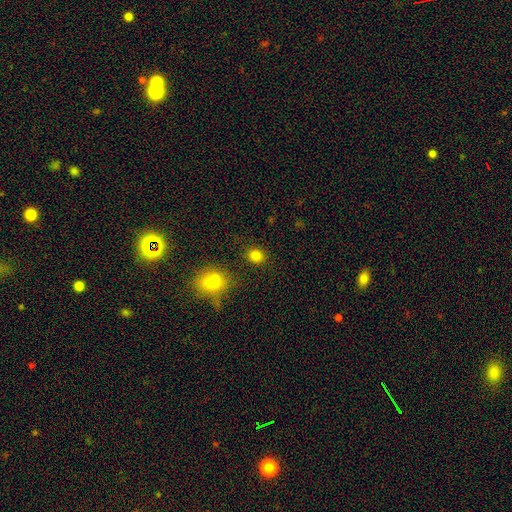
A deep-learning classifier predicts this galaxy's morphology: This appears to be a smooth galaxy with no disk features (82%) that is round (74%). Merging: none (81%).